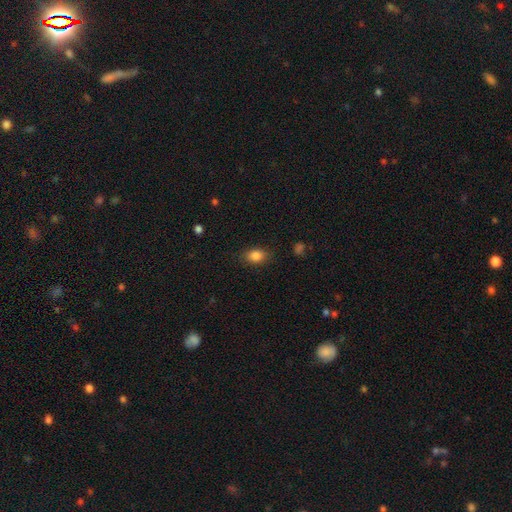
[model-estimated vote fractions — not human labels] Smooth or featured? smooth (84%)
How rounded? in between (73%)
Merging? none (84%)